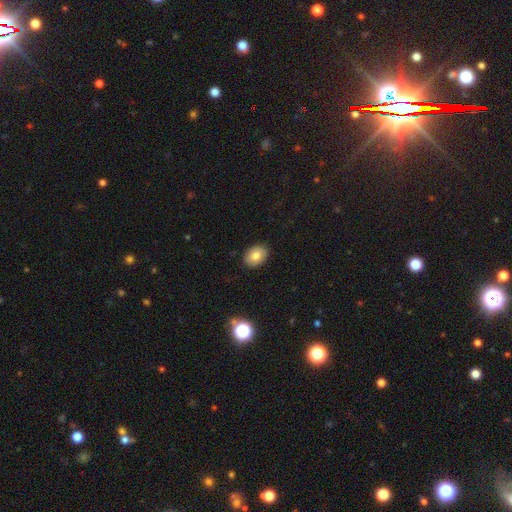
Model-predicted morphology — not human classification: A smooth galaxy with no disk features (80%) that is in between round and cigar-shaped (74%). Merging: none (89%).